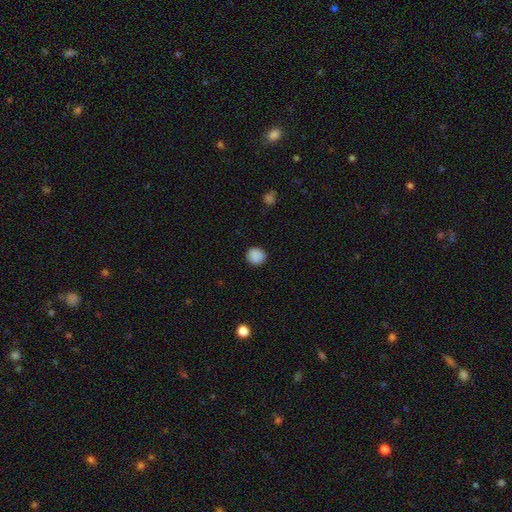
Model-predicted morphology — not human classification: Smooth or featured? Predicted: smooth (p=0.86). How rounded? Predicted: round (p=0.88). Merging? Predicted: none (p=0.86).